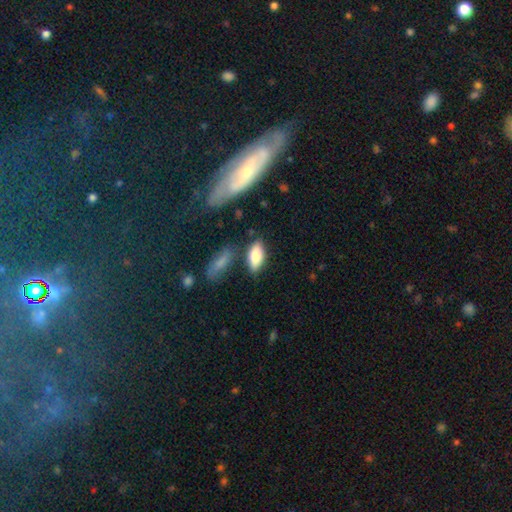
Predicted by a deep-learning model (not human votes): Smooth or featured?
  - smooth: 82% *
  - featured or disk: 12%
  - star or artifact: 6%
How rounded?
  - in between: 85% *
  - cigar-shaped: 13%
  - round: 3%
Merging?
  - none: 75% *
  - minor disturbance: 15%
  - merger: 6%
  - major disturbance: 4%